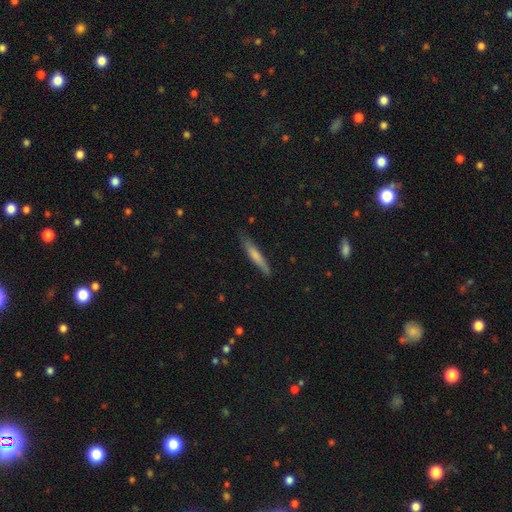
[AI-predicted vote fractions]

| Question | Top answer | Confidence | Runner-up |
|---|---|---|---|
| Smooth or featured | smooth | 68% | featured or disk (26%) |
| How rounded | cigar-shaped | 92% | in between (6%) |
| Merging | none | 80% | minor disturbance (16%) |